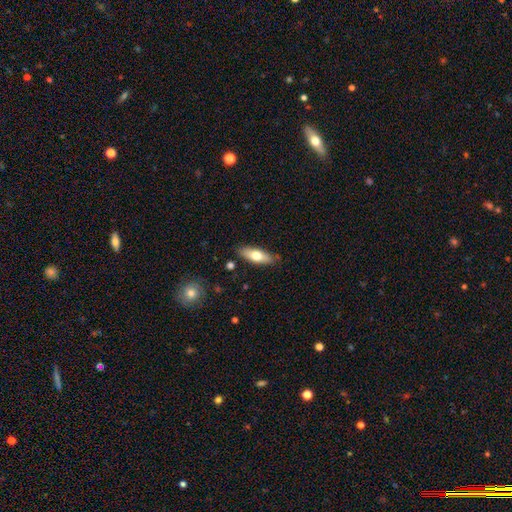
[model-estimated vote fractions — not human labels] A smooth galaxy with no disk features (67%) that is in between round and cigar-shaped (64%). Merging: none (83%).